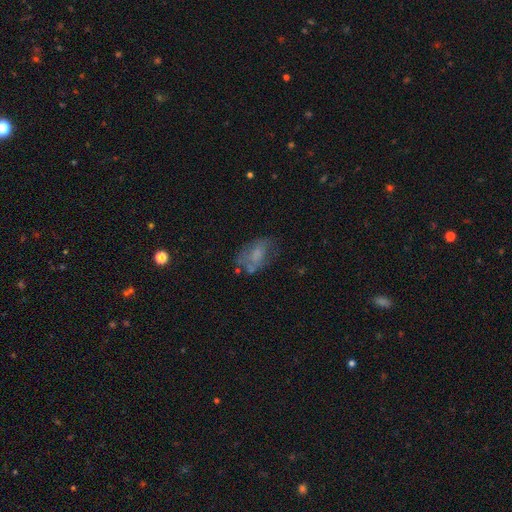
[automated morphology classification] A smooth galaxy with no disk features (53%) that is in between round and cigar-shaped (87%). Merging: none (48%).